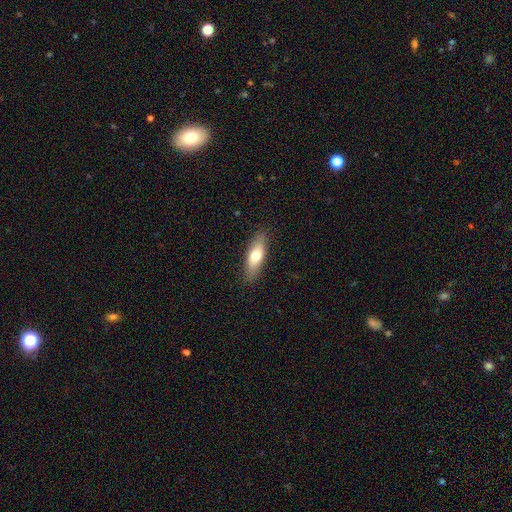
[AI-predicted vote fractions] A smooth galaxy with no disk features (68%) that is in between round and cigar-shaped (59%). Merging: none (86%).